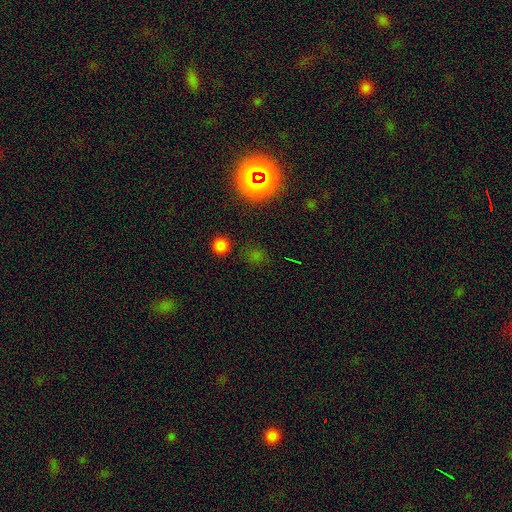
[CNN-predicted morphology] Overall: star or artifact (51%; smooth 43%).